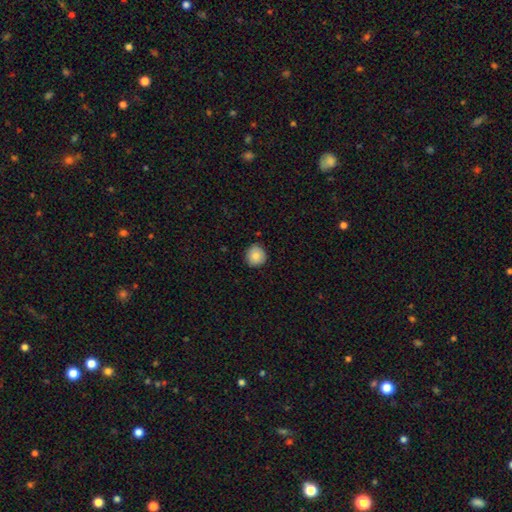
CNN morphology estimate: A smooth galaxy with no disk features (84%) that is round (93%).

Vote fractions:
- Smooth or featured? smooth: 84% / star or artifact: 8% / featured or disk: 8%
- How rounded? round: 93% / in between: 6% / cigar-shaped: 1%
- Merging? none: 87% / minor disturbance: 10% / major disturbance: 2% / merger: 1%